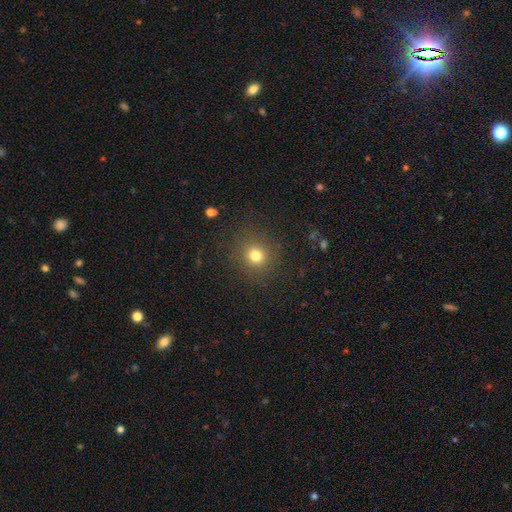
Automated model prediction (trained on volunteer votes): smooth_or_featured: smooth (p=0.77) [alt: star or artifact p=0.16]
how_rounded: round (p=0.91) [alt: in between p=0.08]
merging: none (p=0.87) [alt: minor disturbance p=0.08]